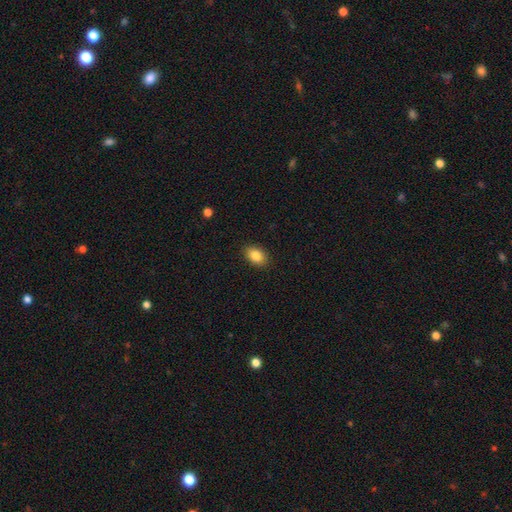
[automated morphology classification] Overall: smooth (86%). How rounded: in between (85%). Merging: none (89%).